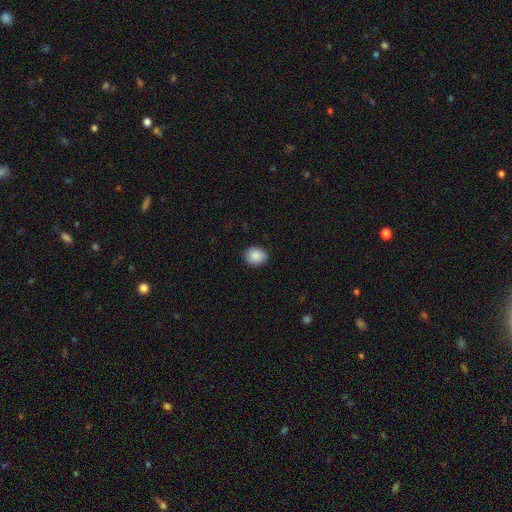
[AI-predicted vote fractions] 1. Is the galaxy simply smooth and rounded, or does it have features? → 89% smooth, 8% star or artifact, 4% featured or disk.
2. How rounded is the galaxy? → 67% round, 33% in between, 1% cigar-shaped.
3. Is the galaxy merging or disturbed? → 87% none, 10% minor disturbance, 2% major disturbance, 1% merger.